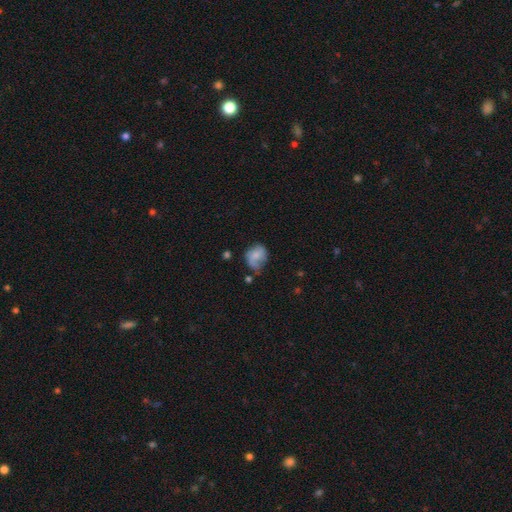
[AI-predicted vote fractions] Smooth or featured?
  - smooth: 66% *
  - featured or disk: 25%
  - star or artifact: 9%
How rounded?
  - in between: 50% *
  - round: 49%
  - cigar-shaped: 1%
Merging?
  - none: 38% *
  - minor disturbance: 36%
  - major disturbance: 20%
  - merger: 6%